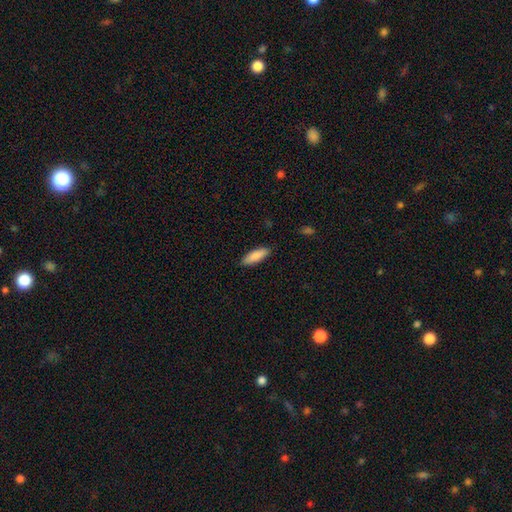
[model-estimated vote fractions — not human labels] Overall: smooth (87%). How rounded: in between (51%; cigar-shaped 48%). Merging: none (88%).